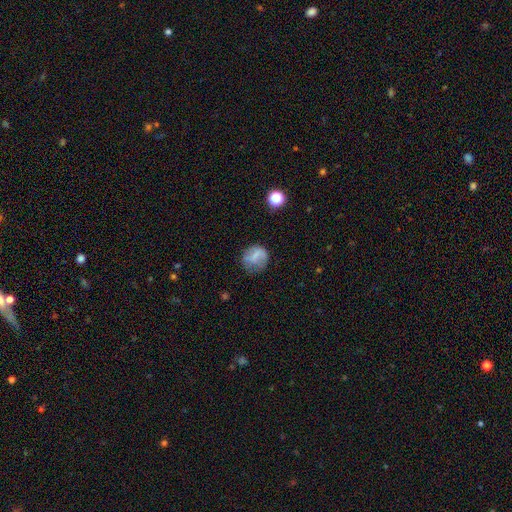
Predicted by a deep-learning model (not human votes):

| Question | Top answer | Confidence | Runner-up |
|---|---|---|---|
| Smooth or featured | smooth | 63% | featured or disk (26%) |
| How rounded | round | 78% | in between (21%) |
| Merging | none | 63% | minor disturbance (23%) |